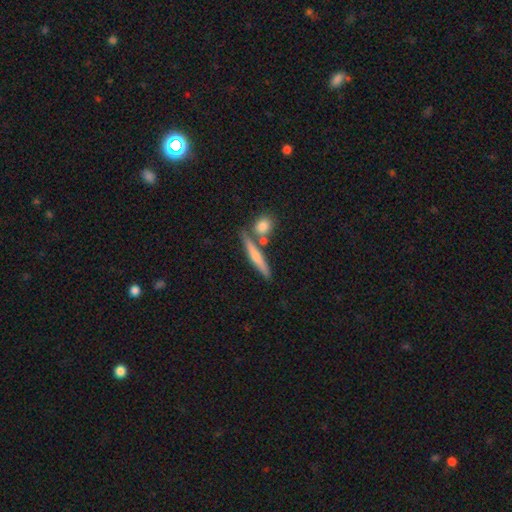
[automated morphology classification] Overall: smooth (55%; featured or disk 38%). How rounded: cigar-shaped (86%). Merging: none (71%).